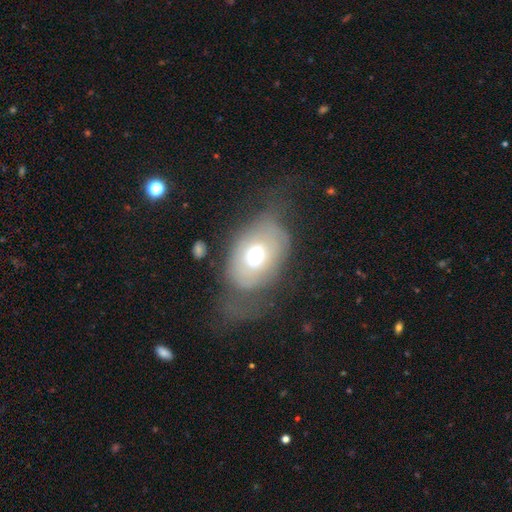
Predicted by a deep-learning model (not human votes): Q: Smooth or featured?
A: smooth (56%); runner-up: featured or disk (33%)
Q: How rounded?
A: in between (72%); runner-up: round (26%)
Q: Merging?
A: none (37%); runner-up: major disturbance (36%)